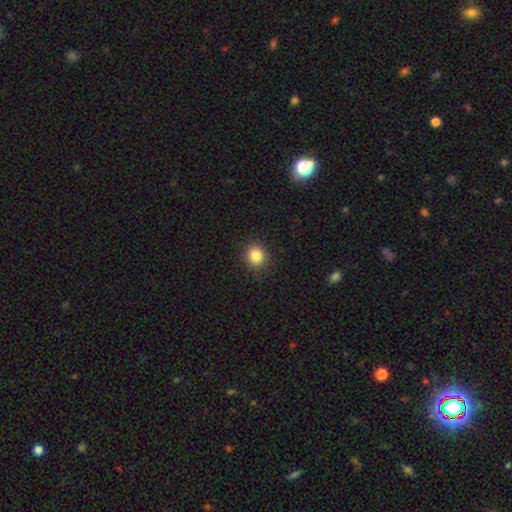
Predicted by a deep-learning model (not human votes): This appears to be a smooth galaxy with no disk features (85%) that is round (87%). Merging: none (91%).